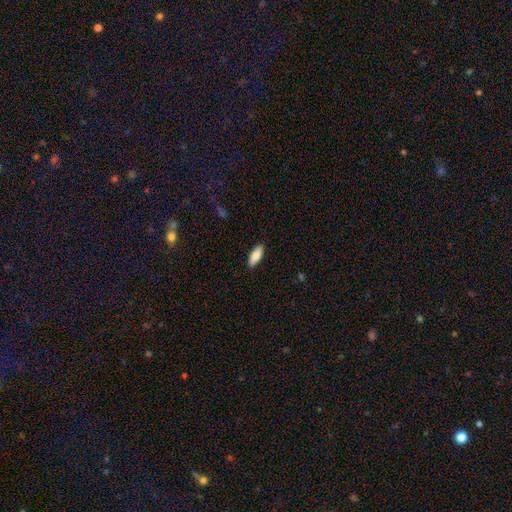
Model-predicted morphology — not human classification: Smooth or featured?
  - smooth: 83% *
  - featured or disk: 11%
  - star or artifact: 6%
How rounded?
  - in between: 68% *
  - cigar-shaped: 30%
  - round: 2%
Merging?
  - none: 88% *
  - minor disturbance: 9%
  - major disturbance: 2%
  - merger: 1%